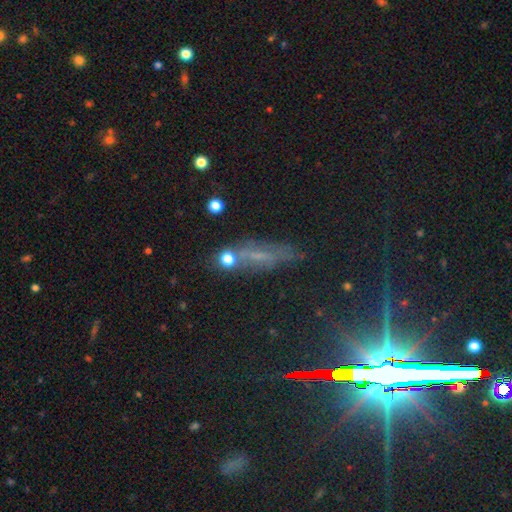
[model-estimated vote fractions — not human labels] Smooth or featured: star or artifact — 37% (smooth — 32%)